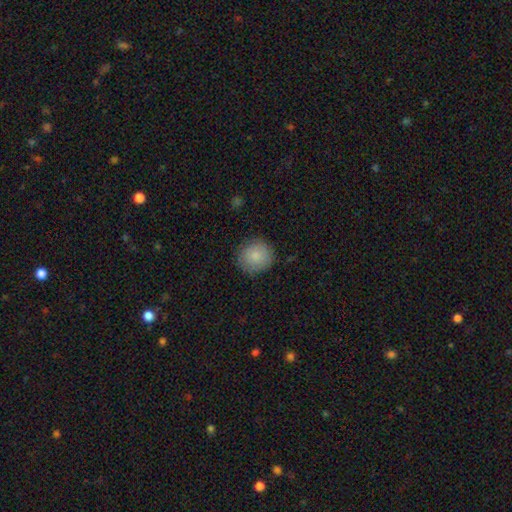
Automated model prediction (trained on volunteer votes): Smooth or featured?
  - smooth: 86% *
  - star or artifact: 8%
  - featured or disk: 7%
How rounded?
  - round: 89% *
  - in between: 11%
  - cigar-shaped: 1%
Merging?
  - none: 85% *
  - minor disturbance: 12%
  - major disturbance: 3%
  - merger: 1%